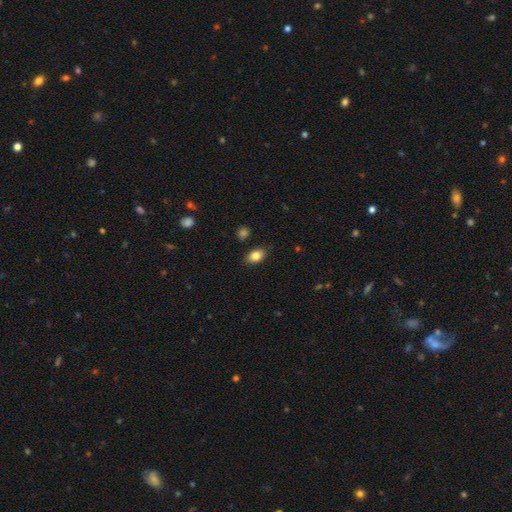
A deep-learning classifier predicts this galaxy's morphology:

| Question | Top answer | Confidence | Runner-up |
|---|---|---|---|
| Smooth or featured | smooth | 84% | star or artifact (8%) |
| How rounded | in between | 85% | round (13%) |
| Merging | none | 85% | minor disturbance (10%) |